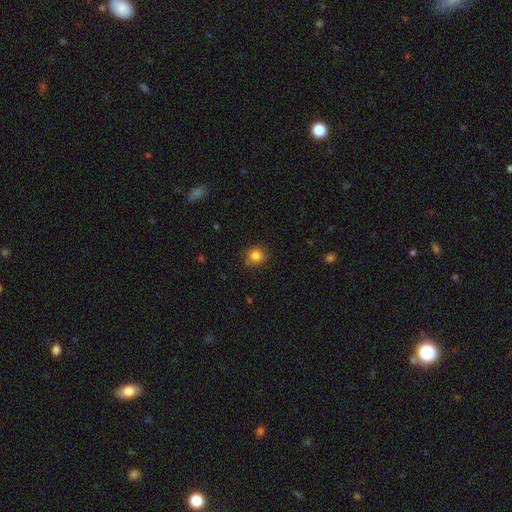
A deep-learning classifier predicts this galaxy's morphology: This is clearly a smooth galaxy (83%). How rounded: clearly round (85%). Merging: clearly none (84%).